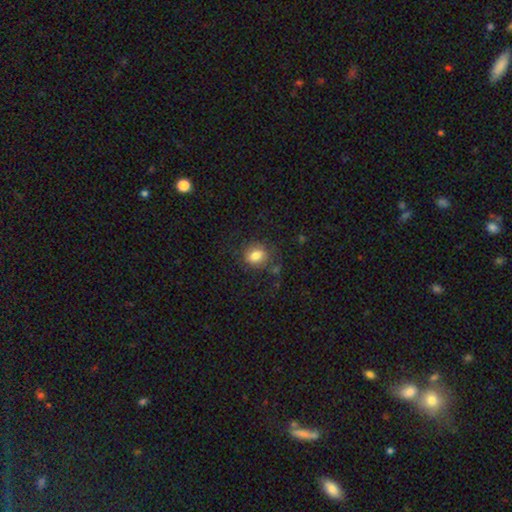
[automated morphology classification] The model was most divided on "how rounded": round: 50%, in between: 49%, cigar-shaped: 1%. More confident: smooth or featured — smooth (81%); merging — none (74%).